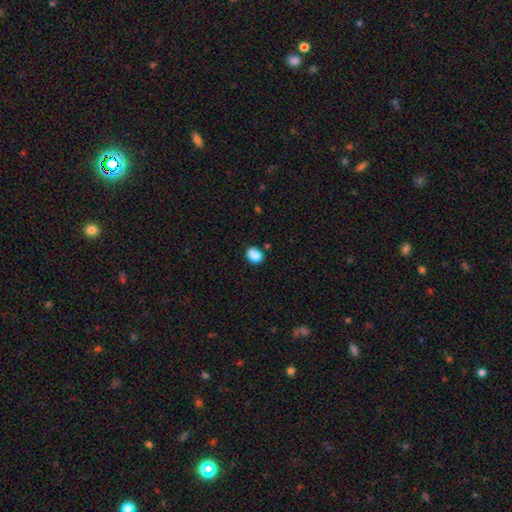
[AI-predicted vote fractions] Smooth or featured? smooth (83%)
How rounded? in between (57%)
Merging? none (60%)